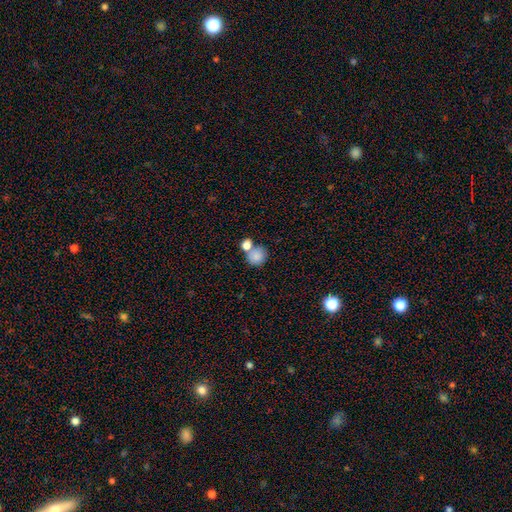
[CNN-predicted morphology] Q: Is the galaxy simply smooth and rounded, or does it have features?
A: smooth — 84%.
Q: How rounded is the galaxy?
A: round — 83%.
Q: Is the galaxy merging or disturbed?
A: none — 46%.